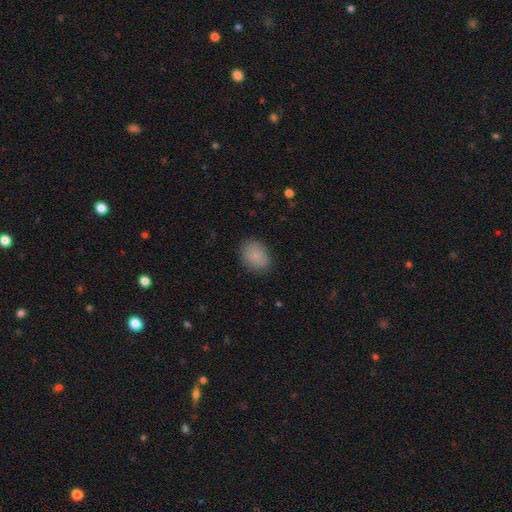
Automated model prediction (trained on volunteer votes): The model was most divided on "how rounded": in between: 65%, round: 34%, cigar-shaped: 1%. More confident: smooth or featured — smooth (86%); merging — none (83%).